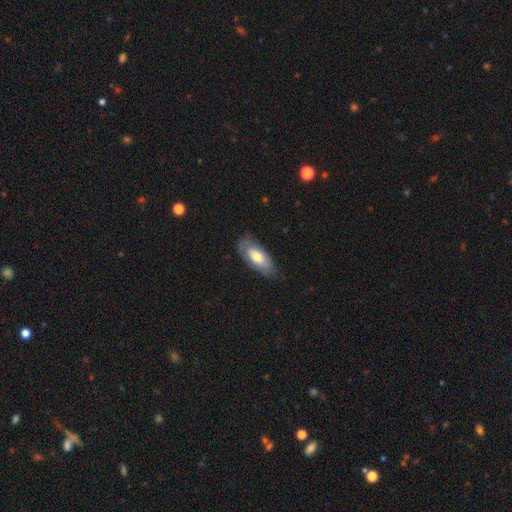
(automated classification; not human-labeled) This appears to be a smooth galaxy with no disk features (63%) that is in between round and cigar-shaped (84%). Merging: none (75%).